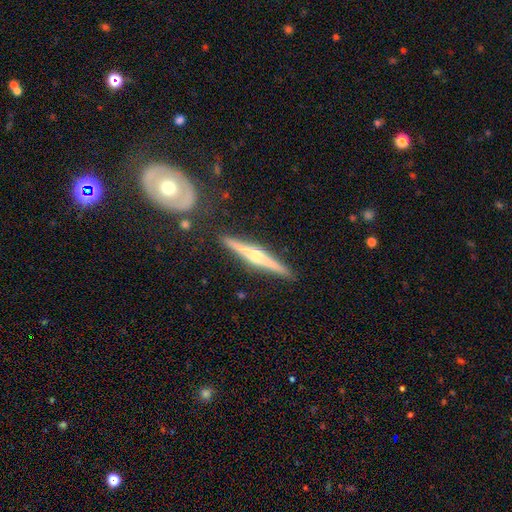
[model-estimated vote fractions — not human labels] A featured or disk galaxy (75%) viewed edge-on (98%) with a rounded central bulge (88%). Merging: none (89%).